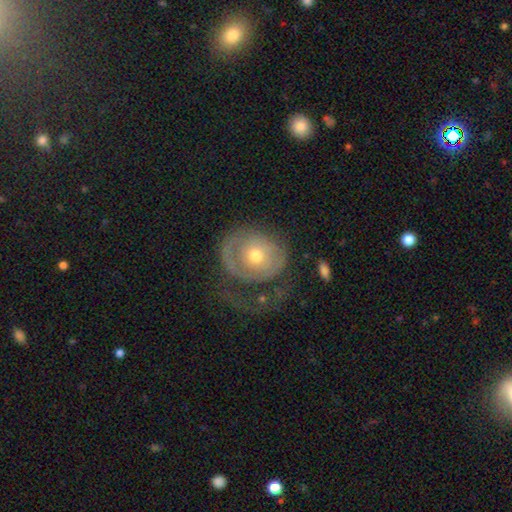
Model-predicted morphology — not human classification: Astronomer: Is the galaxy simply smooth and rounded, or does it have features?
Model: featured or disk — 60%.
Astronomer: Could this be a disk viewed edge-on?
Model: no — 96%.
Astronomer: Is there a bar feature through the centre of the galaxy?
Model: no — 83%.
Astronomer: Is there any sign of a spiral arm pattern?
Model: yes — 61% (runner-up: no, 39%).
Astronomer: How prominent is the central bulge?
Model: moderate — 56% (runner-up: small, 38%).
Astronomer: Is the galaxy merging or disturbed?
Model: major disturbance — 41% (runner-up: none, 37%).